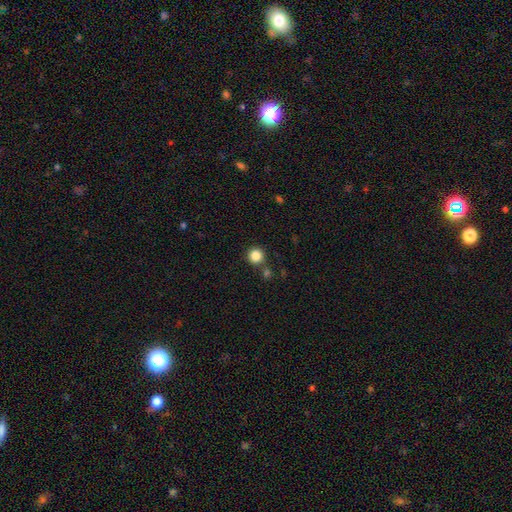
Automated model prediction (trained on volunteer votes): A smooth galaxy with no disk features (85%) that is round (95%).

Vote fractions:
- Smooth or featured? smooth: 85% / star or artifact: 11% / featured or disk: 4%
- How rounded? round: 95% / in between: 4% / cigar-shaped: 1%
- Merging? none: 82% / merger: 8% / minor disturbance: 7% / major disturbance: 2%